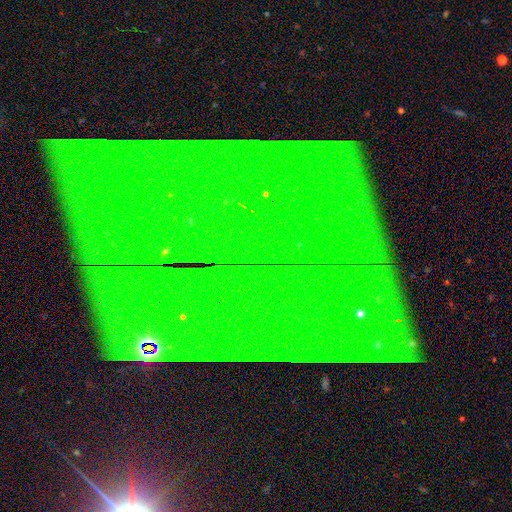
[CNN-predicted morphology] This appears to be a star or artifact, not a galaxy (84%).